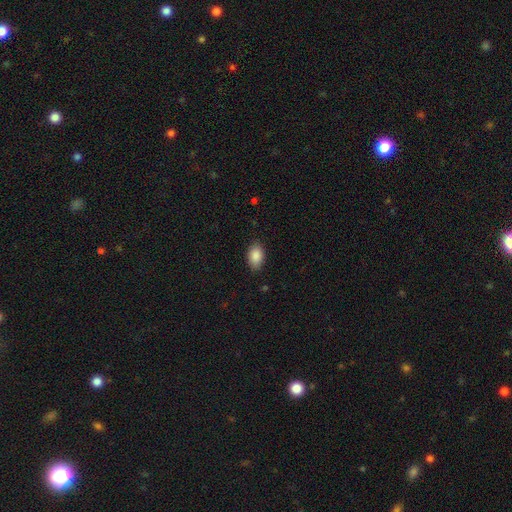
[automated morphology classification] A smooth galaxy with no disk features (88%) that is in between round and cigar-shaped (92%).

Vote fractions:
- Smooth or featured? smooth: 88% / star or artifact: 7% / featured or disk: 5%
- How rounded? in between: 92% / round: 6% / cigar-shaped: 2%
- Merging? none: 86% / minor disturbance: 11% / major disturbance: 2% / merger: 1%